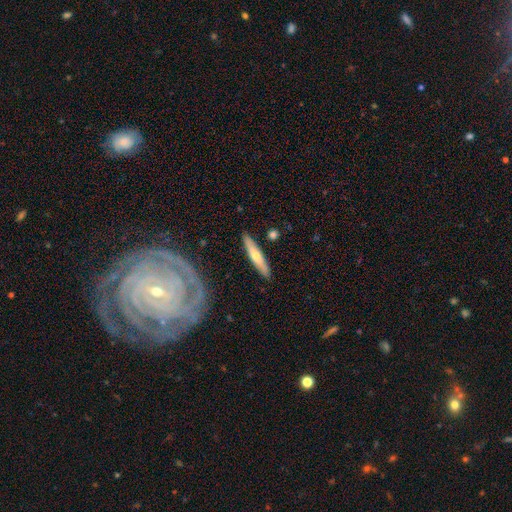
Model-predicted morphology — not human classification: Smooth or featured? Predicted: featured or disk (p=0.48). Merging? Predicted: none (p=0.86).